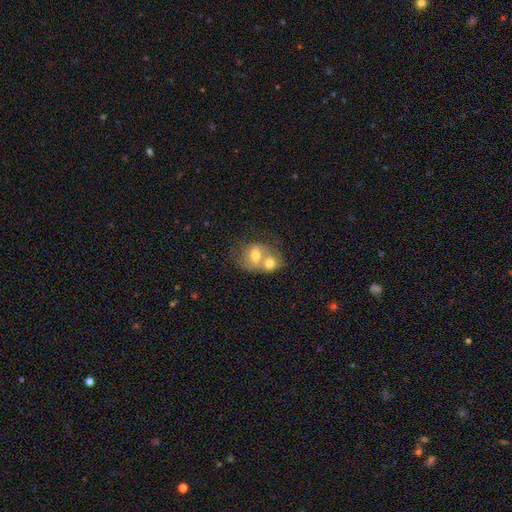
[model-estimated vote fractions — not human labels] Overall: smooth (54%; featured or disk 36%). How rounded: round (57%; in between 42%). Merging: merger (71%).